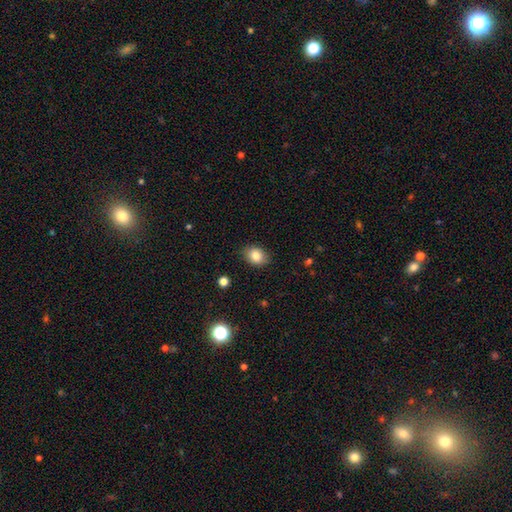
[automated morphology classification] This appears to be a smooth galaxy with no disk features (84%) that is in between round and cigar-shaped (69%). Merging: none (84%).